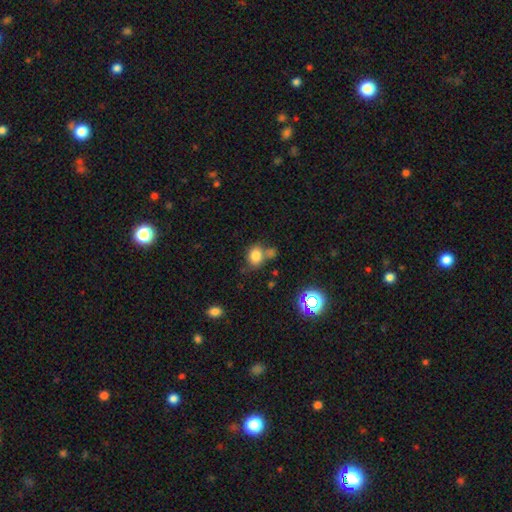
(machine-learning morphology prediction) Overall: smooth (78%). How rounded: in between (51%; round 48%). Merging: none (53%; merger 27%).